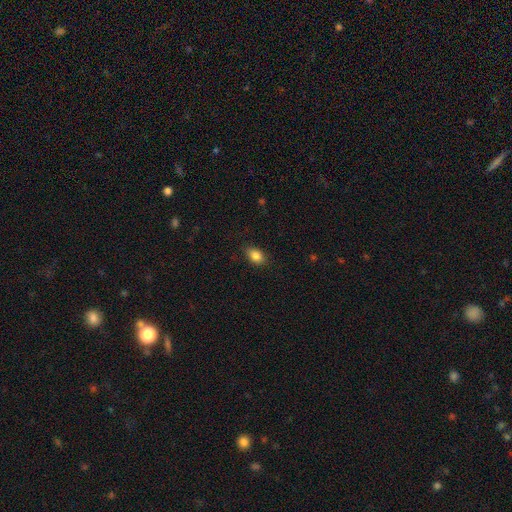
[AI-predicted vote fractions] smooth-or-featured: smooth: 86% | star or artifact: 9% | featured or disk: 5%
  how-rounded: in between: 80% | round: 19% | cigar-shaped: 1%
  merging: none: 85% | minor disturbance: 12% | major disturbance: 3% | merger: 1%